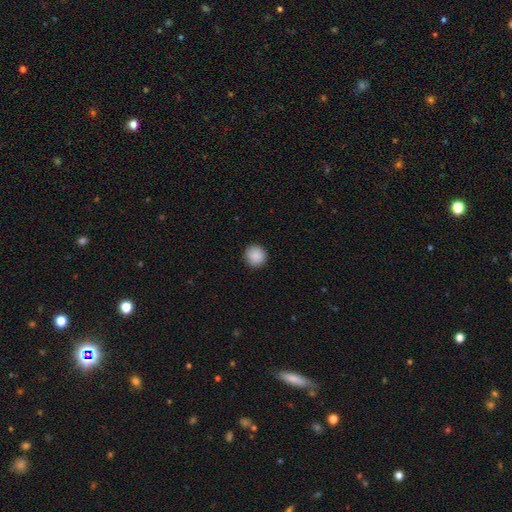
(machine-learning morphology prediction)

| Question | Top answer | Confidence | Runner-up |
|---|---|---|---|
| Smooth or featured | smooth | 89% | star or artifact (8%) |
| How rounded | round | 94% | in between (5%) |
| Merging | none | 92% | minor disturbance (5%) |